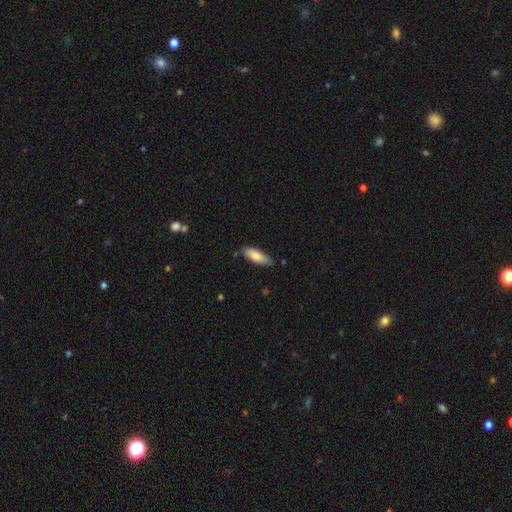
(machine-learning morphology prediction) Smooth or featured?
  - smooth: 83% *
  - featured or disk: 11%
  - star or artifact: 6%
How rounded?
  - in between: 65% *
  - cigar-shaped: 33%
  - round: 2%
Merging?
  - none: 76% *
  - minor disturbance: 19%
  - major disturbance: 3%
  - merger: 2%